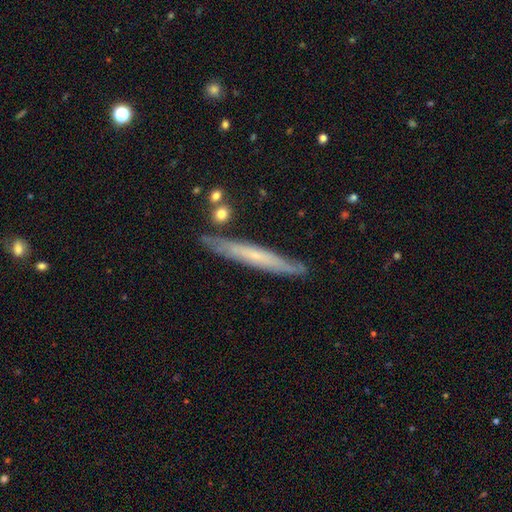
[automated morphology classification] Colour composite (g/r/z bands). It shows a featured or disk galaxy (54%) viewed edge-on (88%). Merging: none (83%).